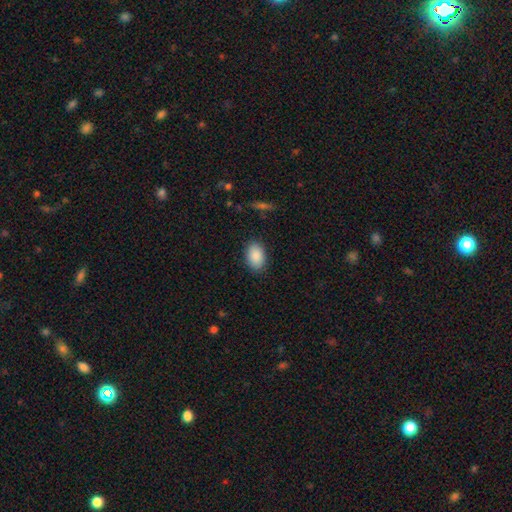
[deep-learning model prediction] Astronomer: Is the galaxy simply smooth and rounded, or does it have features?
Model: smooth — 89%.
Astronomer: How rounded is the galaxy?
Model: in between — 88%.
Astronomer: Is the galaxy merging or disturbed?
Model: none — 87%.